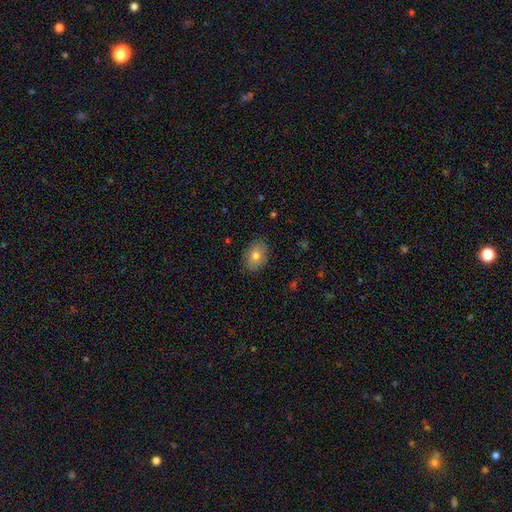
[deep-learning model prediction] The model was most divided on "how rounded": in between: 75%, round: 24%, cigar-shaped: 1%. More confident: merging — none (86%); smooth or featured — smooth (78%).